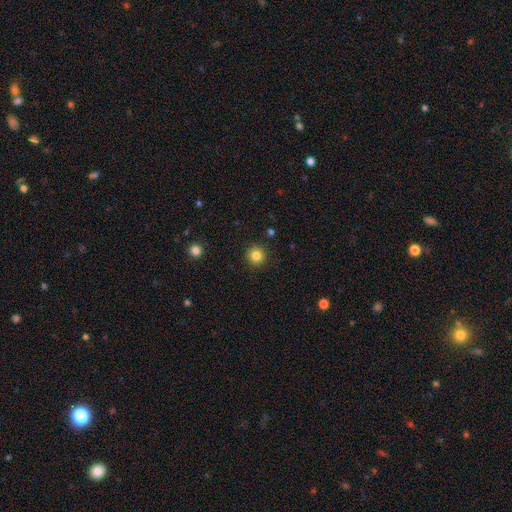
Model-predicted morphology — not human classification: Smooth or featured: smooth — 83% (star or artifact — 12%)
How rounded: round — 94% (in between — 5%)
Merging: none — 91% (minor disturbance — 6%)